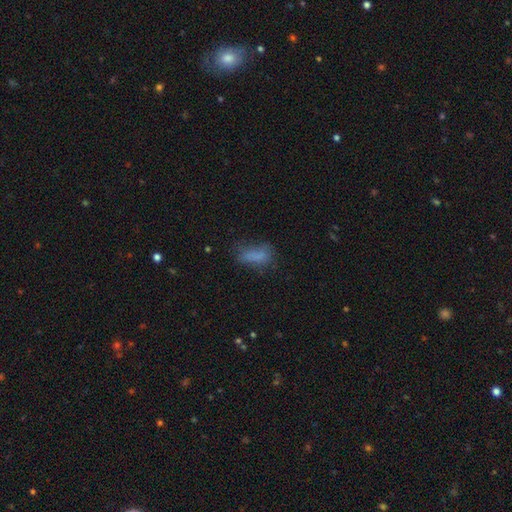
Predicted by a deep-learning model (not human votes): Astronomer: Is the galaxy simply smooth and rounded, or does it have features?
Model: smooth — 72%.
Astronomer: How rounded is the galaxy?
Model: in between — 75%.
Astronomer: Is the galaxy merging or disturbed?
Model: none — 50% (runner-up: minor disturbance, 27%).